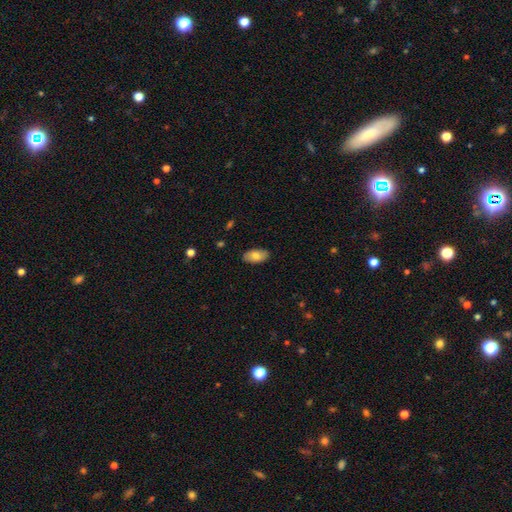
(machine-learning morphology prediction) Q: Smooth or featured?
A: smooth (74%); runner-up: featured or disk (19%)
Q: How rounded?
A: in between (94%); runner-up: round (3%)
Q: Merging?
A: none (86%); runner-up: minor disturbance (11%)